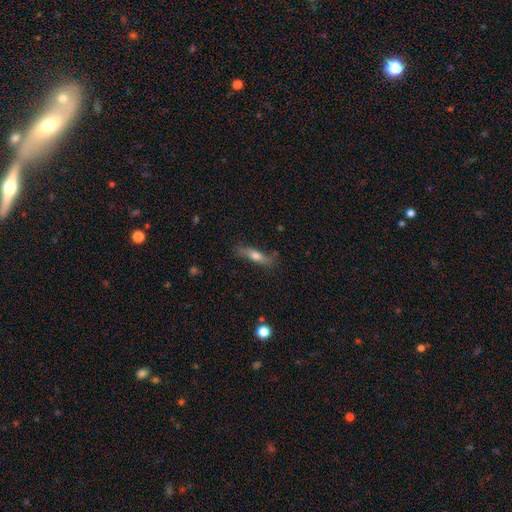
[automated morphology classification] smooth-or-featured: smooth: 48% | featured or disk: 43% | star or artifact: 8%
  merging: none: 75% | minor disturbance: 18% | major disturbance: 5% | merger: 2%